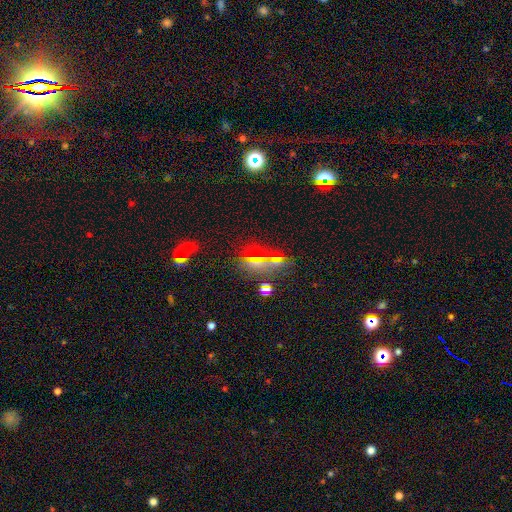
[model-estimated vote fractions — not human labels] The model was most divided on "smooth or featured": star or artifact: 53%, smooth: 32%, featured or disk: 15%.